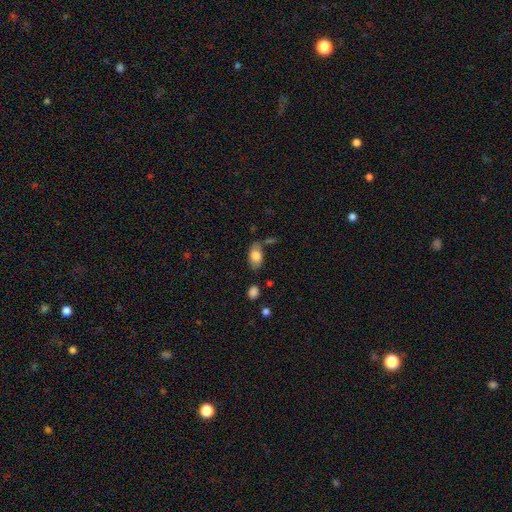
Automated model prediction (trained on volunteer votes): Q: Smooth or featured?
A: smooth (81%); runner-up: featured or disk (11%)
Q: How rounded?
A: in between (92%); runner-up: round (5%)
Q: Merging?
A: none (61%); runner-up: minor disturbance (21%)